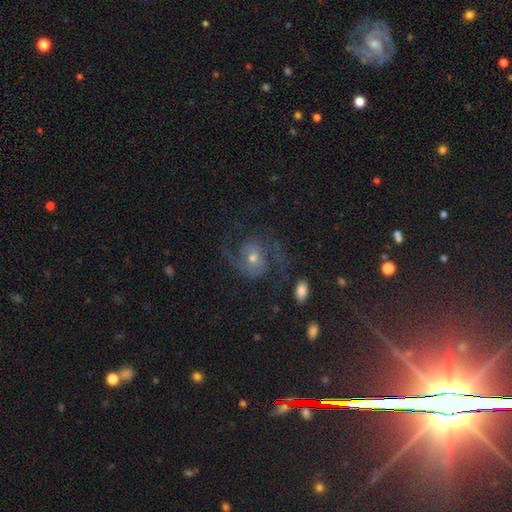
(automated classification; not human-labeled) Smooth or featured?
  - featured or disk: 79% *
  - star or artifact: 13%
  - smooth: 8%
Edge-on disk?
  - no: 98% *
  - yes: 2%
Bar?
  - no: 60% *
  - weak: 30%
  - strong: 10%
Spiral arms?
  - yes: 96% *
  - no: 4%
Spiral winding?
  - medium: 55% *
  - loose: 23%
  - tight: 21%
Spiral arm count?
  - 2: 88% *
  - can't tell: 4%
  - 3: 3%
  - 1: 2%
  - 4: 1%
  - more than 4: 1%
Bulge size?
  - moderate: 46% * (tied)
  - small: 46% * (tied)
  - large: 4%
  - none: 2%
  - dominant: 1%
Merging?
  - none: 74% *
  - minor disturbance: 13%
  - major disturbance: 12%
  - merger: 2%